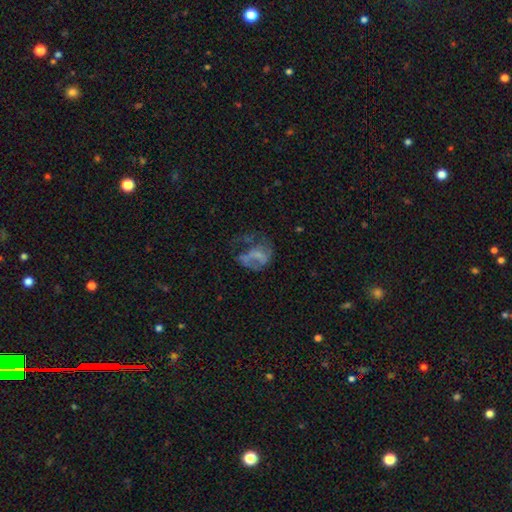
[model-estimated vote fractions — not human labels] Smooth or featured? featured or disk (49%)
Merging? major disturbance (49%)